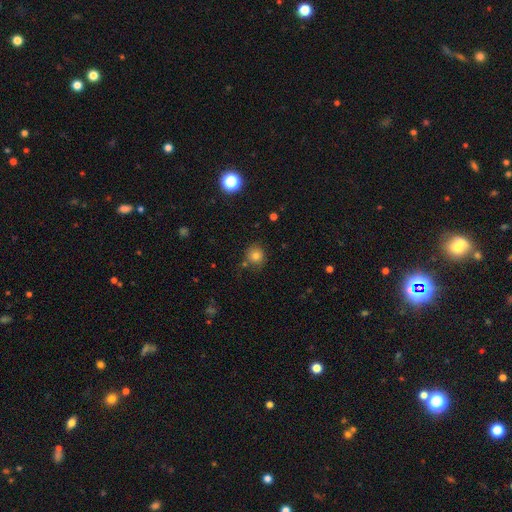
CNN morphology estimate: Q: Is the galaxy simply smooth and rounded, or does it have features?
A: smooth — 78%.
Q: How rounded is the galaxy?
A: round — 89%.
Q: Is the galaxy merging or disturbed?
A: none — 80%.